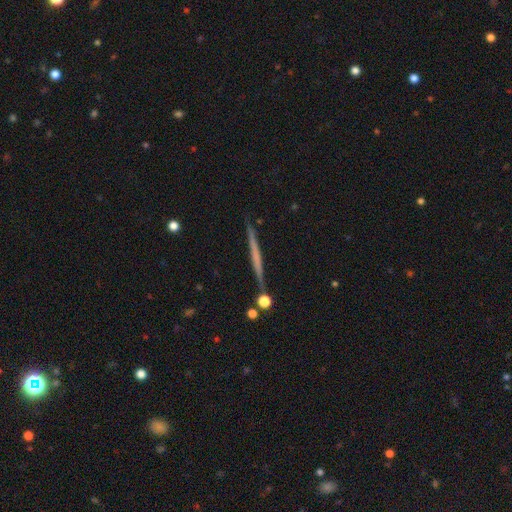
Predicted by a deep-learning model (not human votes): This is possibly a featured or disk galaxy (56%). It is clearly viewed edge-on (97%). Edge-on bulge: clearly none (87%). Merging: clearly none (88%).